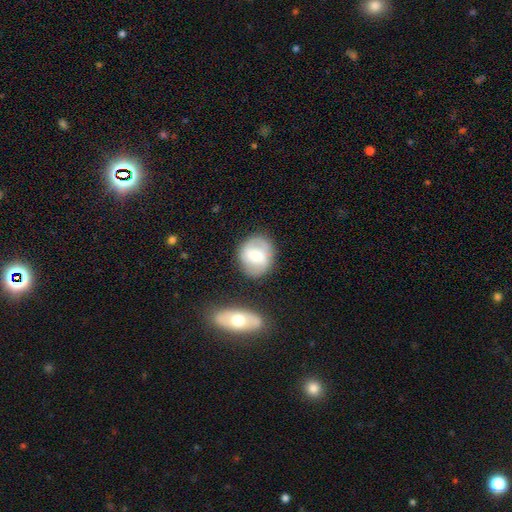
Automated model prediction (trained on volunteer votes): Q: Smooth or featured?
A: featured or disk (48%); runner-up: smooth (45%)
Q: Merging?
A: none (74%); runner-up: minor disturbance (14%)